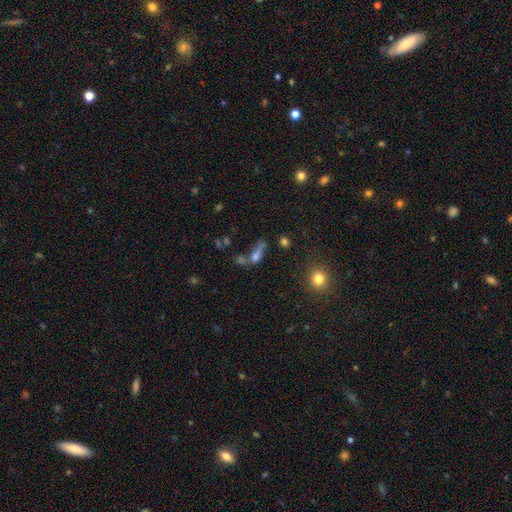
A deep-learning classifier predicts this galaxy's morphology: A smooth galaxy with no disk features (61%) that is in between round and cigar-shaped (55%).

Vote fractions:
- Smooth or featured? smooth: 61% / featured or disk: 22% / star or artifact: 18%
- How rounded? in between: 55% / cigar-shaped: 26% / round: 19%
- Merging? merger: 41% / none: 29% / major disturbance: 17% / minor disturbance: 13%